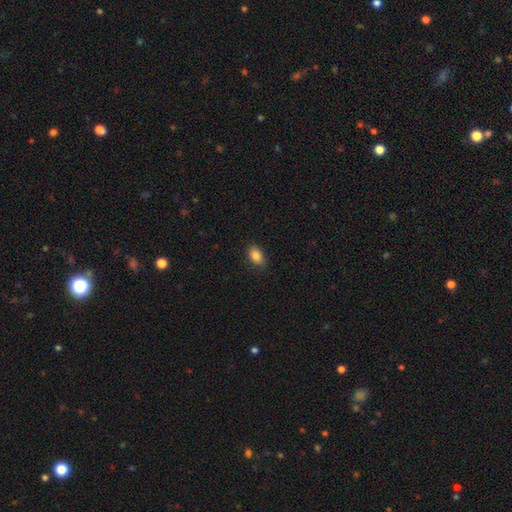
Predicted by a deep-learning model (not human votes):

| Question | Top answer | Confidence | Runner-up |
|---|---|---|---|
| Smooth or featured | smooth | 86% | star or artifact (8%) |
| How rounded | in between | 88% | round (11%) |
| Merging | none | 85% | minor disturbance (12%) |